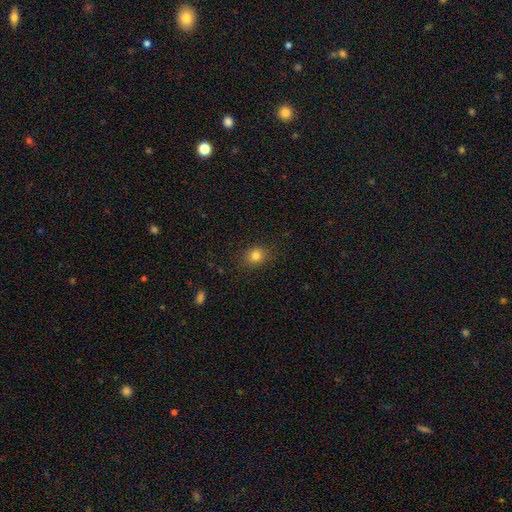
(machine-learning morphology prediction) This appears to be a smooth galaxy with no disk features (81%) that is round (67%). Merging: none (85%).